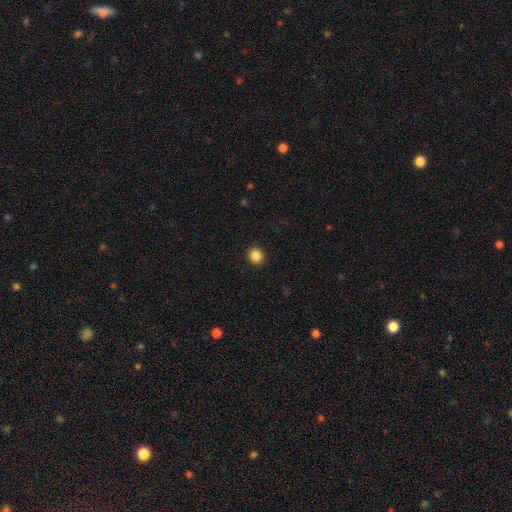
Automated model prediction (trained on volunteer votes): Morphology: type=smooth (86%); roundness=round (91%); merging=none (93%).